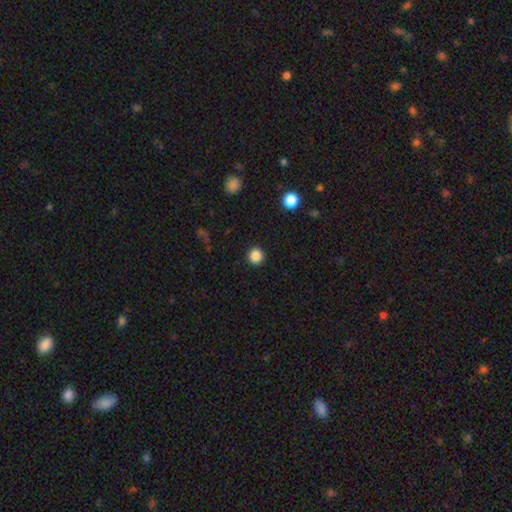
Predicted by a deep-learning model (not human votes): The model was most divided on "smooth or featured": smooth: 86%, star or artifact: 11%, featured or disk: 3%. More confident: how rounded — round (94%); merging — none (92%).